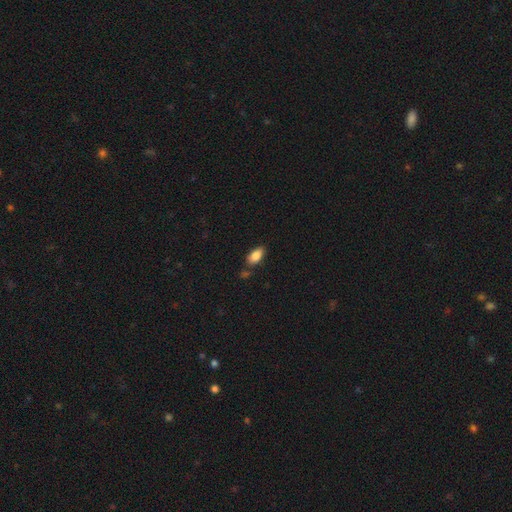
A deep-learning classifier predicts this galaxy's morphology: Smooth or featured: smooth — 86% (star or artifact — 7%)
How rounded: in between — 92% (cigar-shaped — 5%)
Merging: none — 74% (minor disturbance — 16%)